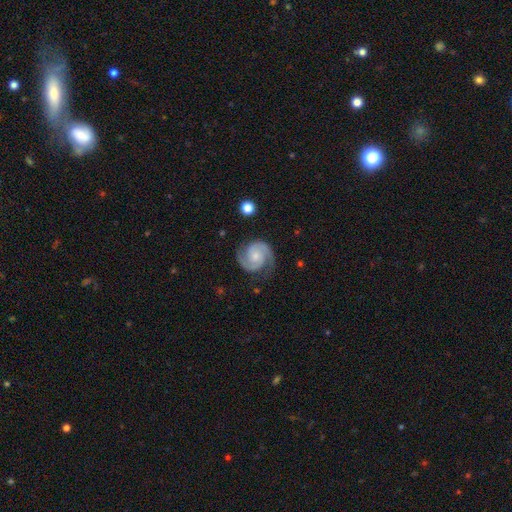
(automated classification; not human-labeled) smooth-or-featured: featured or disk: 91% | smooth: 5% | star or artifact: 4%
  disk-edge-on: no: 98% | yes: 2%
    bar: no: 65% | weak: 28% | strong: 7%
    has-spiral-arms: yes: 98% | no: 2%
      spiral-winding: tight: 49% | medium: 45% | loose: 6%
      spiral-arm-count: 2: 93% | can't tell: 2% | 3: 2% | 1: 1% | 4: 1% | more than 4: 1%
    bulge-size: small: 53% | moderate: 34% | none: 9% | large: 3% | dominant: 1%
  merging: none: 82% | minor disturbance: 13% | major disturbance: 4% | merger: 1%